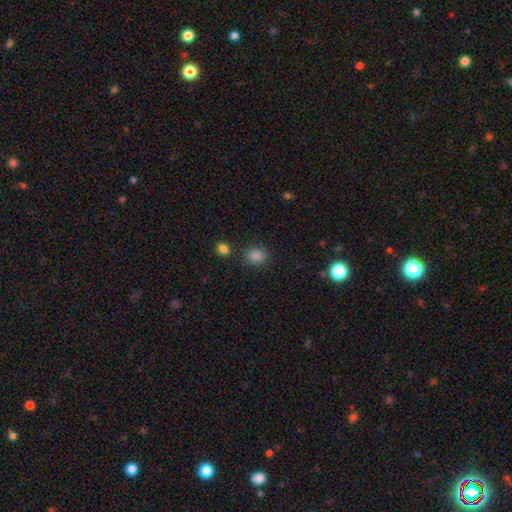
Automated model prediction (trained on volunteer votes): Overall: smooth (83%). How rounded: round (55%; in between 43%). Merging: none (83%).